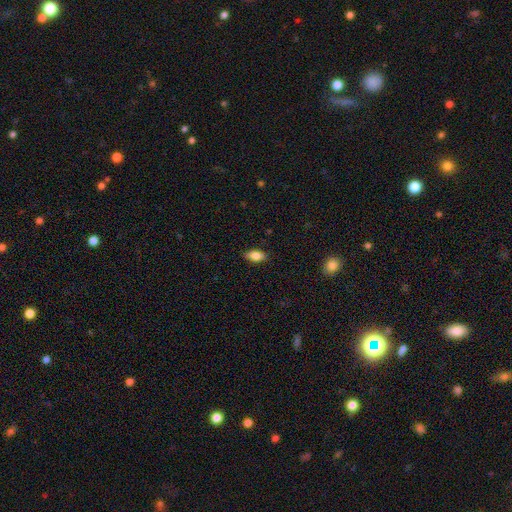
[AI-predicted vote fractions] This is clearly a smooth galaxy (83%). How rounded: clearly in between (89%). Merging: clearly none (87%).